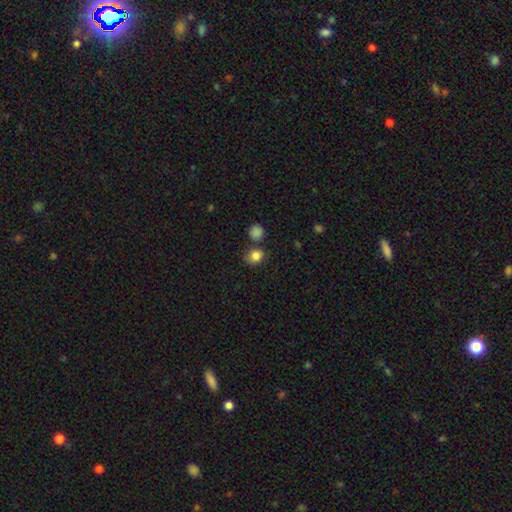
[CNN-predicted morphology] smooth-or-featured: smooth: 84% | star or artifact: 11% | featured or disk: 5%
  how-rounded: round: 77% | in between: 22% | cigar-shaped: 1%
  merging: none: 71% | minor disturbance: 13% | merger: 12% | major disturbance: 4%